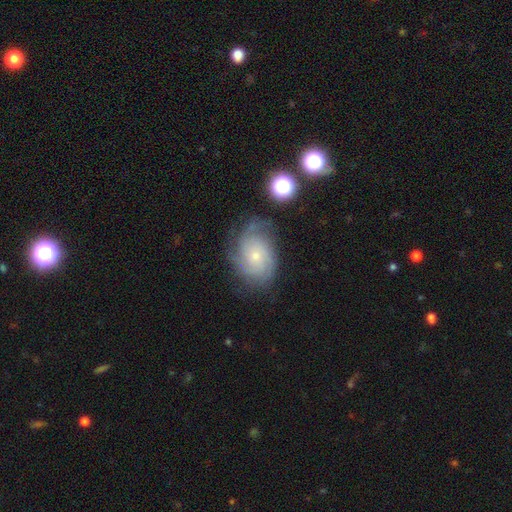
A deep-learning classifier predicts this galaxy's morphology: Q: Smooth or featured?
A: featured or disk (75%); runner-up: smooth (17%)
Q: Edge-on disk?
A: no (97%); runner-up: yes (3%)
Q: Bar?
A: no (80%); runner-up: weak (18%)
Q: Spiral arms?
A: yes (94%); runner-up: no (6%)
Q: Spiral winding?
A: tight (60%); runner-up: medium (31%)
Q: Spiral arm count?
A: can't tell (35%); runner-up: 3 (23%)
Q: Bulge size?
A: small (73%); runner-up: moderate (22%)
Q: Merging?
A: none (67%); runner-up: minor disturbance (21%)